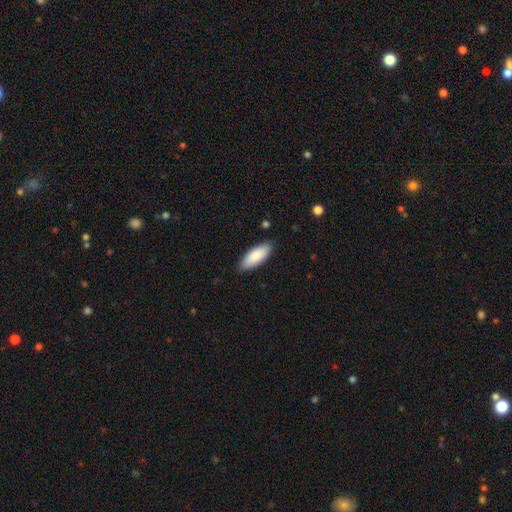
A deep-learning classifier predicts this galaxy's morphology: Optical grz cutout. It shows a smooth galaxy with no disk features (87%) that is in between round and cigar-shaped (72%). Merging: none (86%).